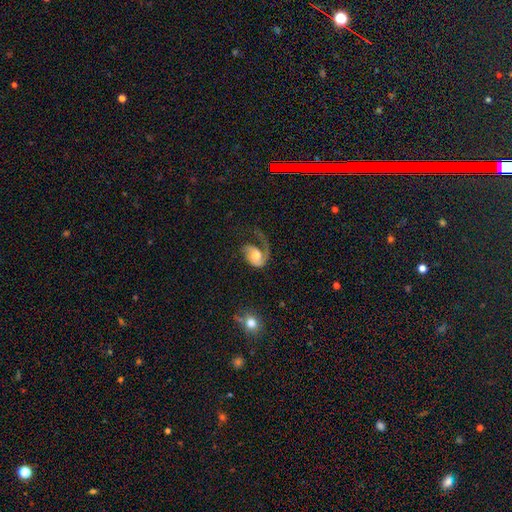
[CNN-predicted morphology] This appears to be a featured or disk galaxy (75%) with no bar (62%), 1 (67%) loose (46%) spiral arms (92%) and a moderate central bulge (45%). Merging: major disturbance (47%).